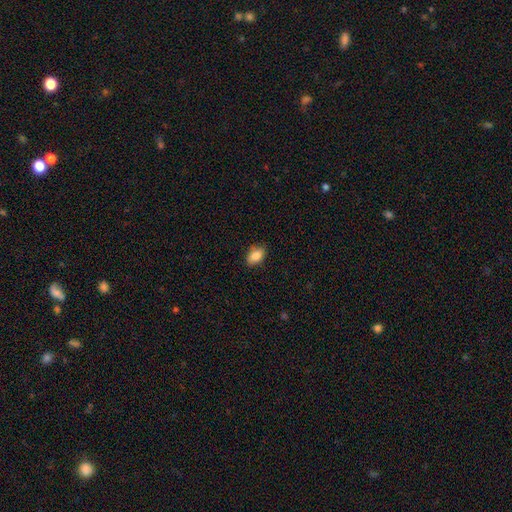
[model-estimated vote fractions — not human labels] smooth_or_featured: smooth (p=0.86) [alt: star or artifact p=0.08]
how_rounded: in between (p=0.87) [alt: round p=0.11]
merging: none (p=0.82) [alt: minor disturbance p=0.14]